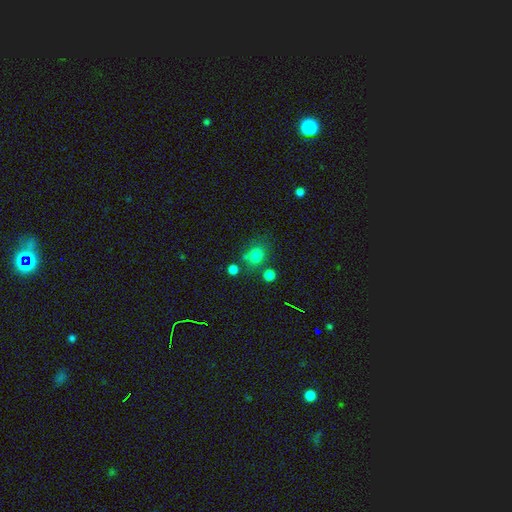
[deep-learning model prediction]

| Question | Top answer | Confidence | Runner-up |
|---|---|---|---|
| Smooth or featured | smooth | 78% | star or artifact (14%) |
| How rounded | round | 71% | in between (28%) |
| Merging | none | 66% | minor disturbance (15%) |